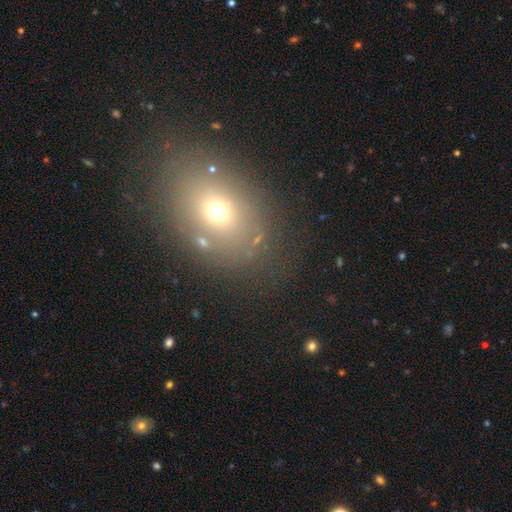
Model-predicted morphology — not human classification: Overall: smooth (59%; star or artifact 21%). How rounded: in between (69%). Merging: none (80%).